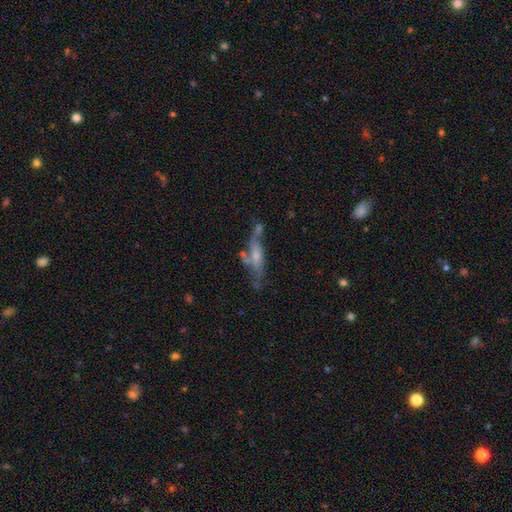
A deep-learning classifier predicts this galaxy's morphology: Smooth or featured?
  - featured or disk: 57% *
  - smooth: 34%
  - star or artifact: 10%
Edge-on disk?
  - no: 64% *
  - yes: 36%
Merging?
  - none: 39% *
  - minor disturbance: 22%
  - merger: 21%
  - major disturbance: 19%